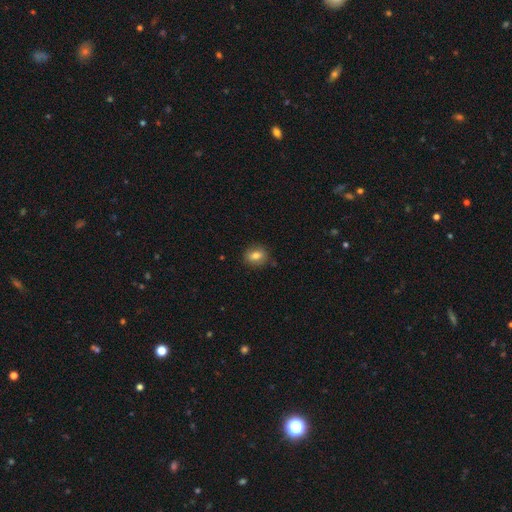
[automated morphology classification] Q: Smooth or featured?
A: smooth (78%); runner-up: featured or disk (12%)
Q: How rounded?
A: in between (56%); runner-up: round (42%)
Q: Merging?
A: none (83%); runner-up: minor disturbance (13%)